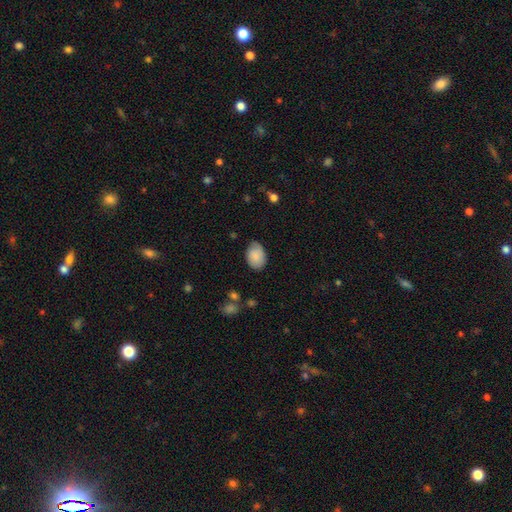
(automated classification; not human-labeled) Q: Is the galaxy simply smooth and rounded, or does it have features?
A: smooth — 83%.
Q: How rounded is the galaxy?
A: in between — 82%.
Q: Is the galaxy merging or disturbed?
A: none — 72%.